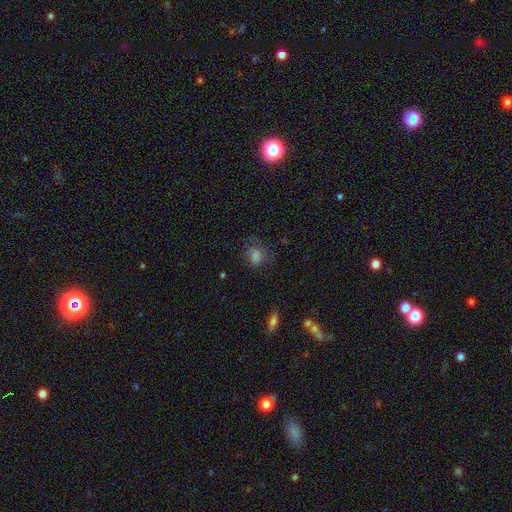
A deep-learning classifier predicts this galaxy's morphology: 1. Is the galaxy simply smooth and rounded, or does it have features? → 67% smooth, 19% star or artifact, 14% featured or disk.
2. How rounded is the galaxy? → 54% round, 44% in between, 2% cigar-shaped.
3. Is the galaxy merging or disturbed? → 58% none, 23% minor disturbance, 17% major disturbance, 2% merger.